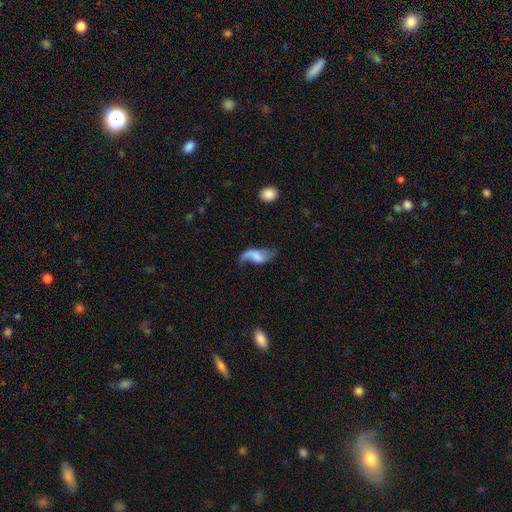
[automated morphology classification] This is possibly a featured or disk galaxy (56%). It is clearly not viewed edge-on (94%). Bar: possibly no (48%). Spiral arm pattern: clearly yes (85%). Central bulge: marginally none (35%). Merging: marginally none (39%).